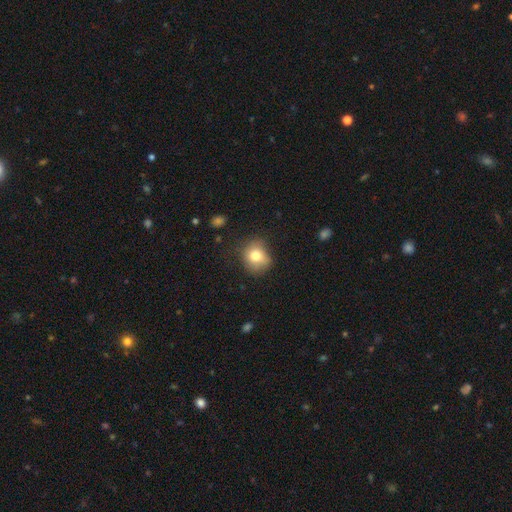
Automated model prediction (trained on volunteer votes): This is likely a smooth galaxy (76%). How rounded: likely round (78%). Merging: likely none (67%).